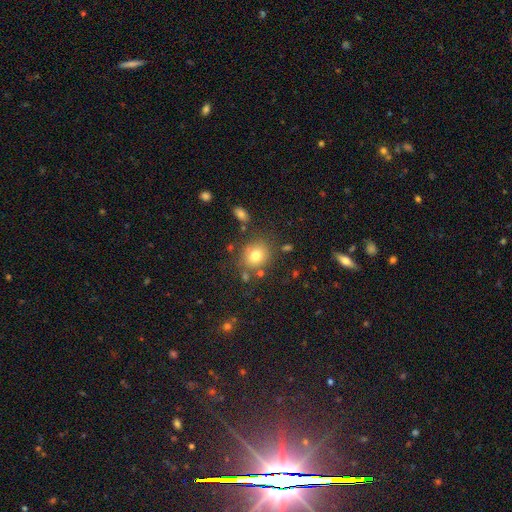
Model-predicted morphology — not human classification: smooth 77%, star or artifact 12%, featured or disk 11%. Down the decision tree: how rounded — round (71%); merging — none (76%).